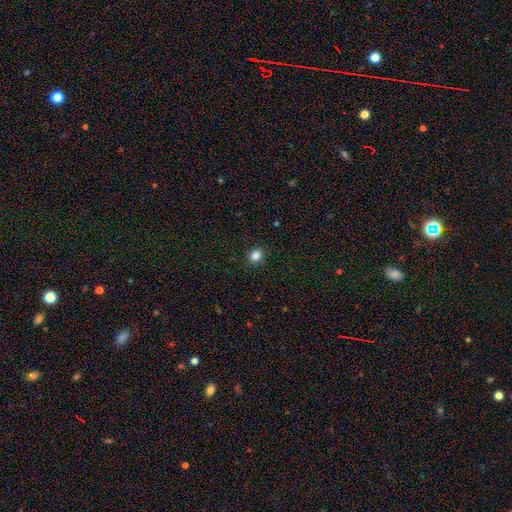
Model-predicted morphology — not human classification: Smooth or featured? smooth (85%)
How rounded? round (77%)
Merging? none (89%)